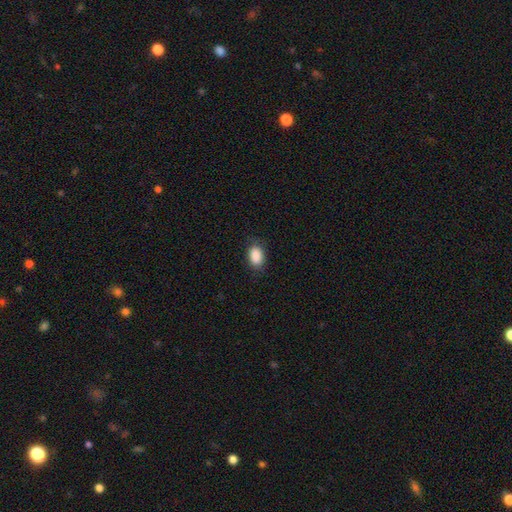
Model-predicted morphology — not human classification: A smooth galaxy with no disk features (89%) that is in between round and cigar-shaped (88%). Merging: none (82%).